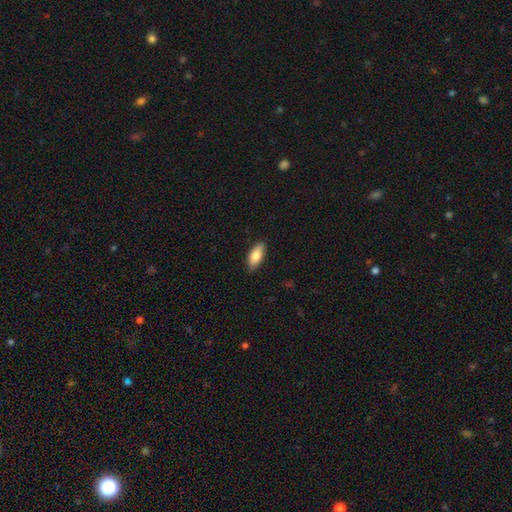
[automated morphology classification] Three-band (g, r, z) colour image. It shows a smooth galaxy with no disk features (84%) that is in between round and cigar-shaped (84%). Merging: none (86%).